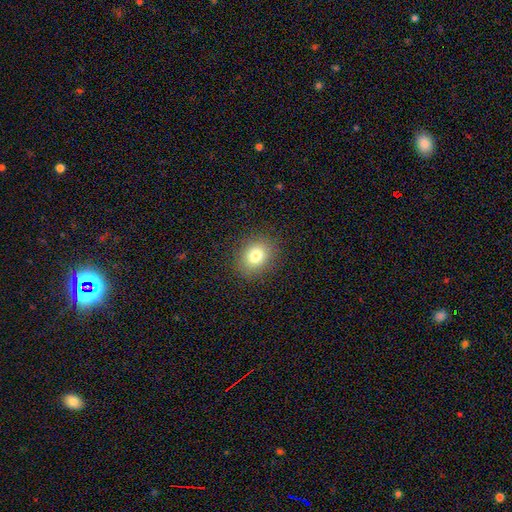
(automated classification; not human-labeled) This appears to be a smooth galaxy with no disk features (79%) that is round (60%). Merging: none (87%).